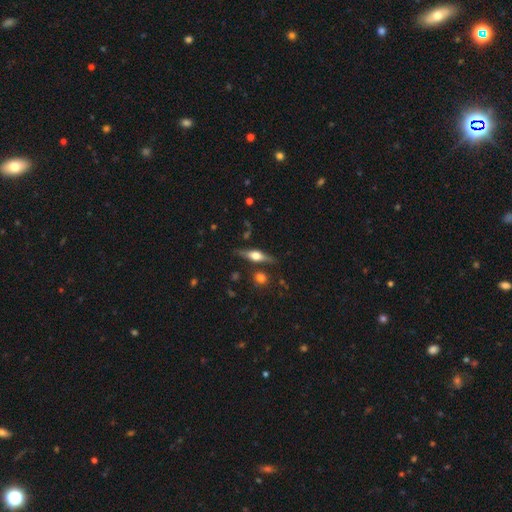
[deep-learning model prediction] Smooth or featured?
  - featured or disk: 64% *
  - smooth: 29%
  - star or artifact: 7%
Edge-on disk?
  - yes: 95% *
  - no: 5%
Edge-on bulge?
  - rounded: 91% *
  - boxy: 7%
  - none: 2%
Merging?
  - none: 81% *
  - minor disturbance: 12%
  - merger: 4%
  - major disturbance: 3%